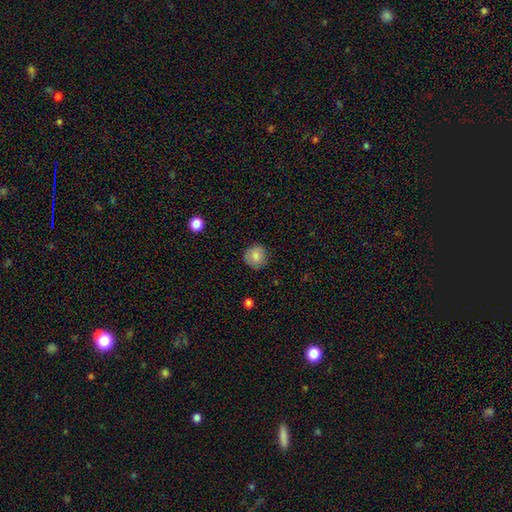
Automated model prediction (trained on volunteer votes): smooth-or-featured: smooth: 84% | star or artifact: 9% | featured or disk: 8%
  how-rounded: round: 91% | in between: 8% | cigar-shaped: 1%
  merging: none: 84% | minor disturbance: 12% | major disturbance: 3% | merger: 1%